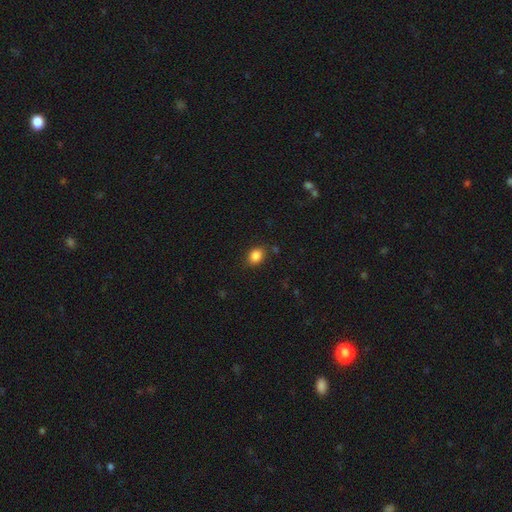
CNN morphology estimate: Smooth or featured? Predicted: smooth (p=0.85). How rounded? Predicted: in between (p=0.57). Merging? Predicted: none (p=0.83).